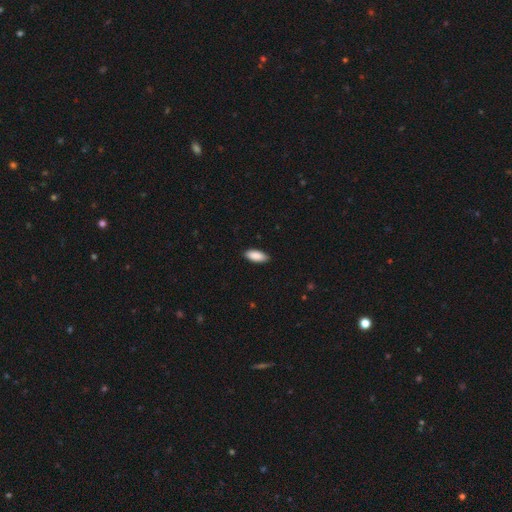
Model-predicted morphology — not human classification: A smooth galaxy with no disk features (90%) that is in between round and cigar-shaped (87%). Merging: none (88%).